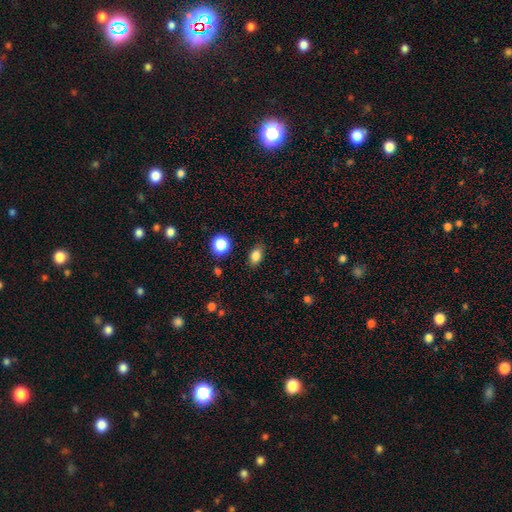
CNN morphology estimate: type=smooth (83%); roundness=in between (80%); merging=none (84%).